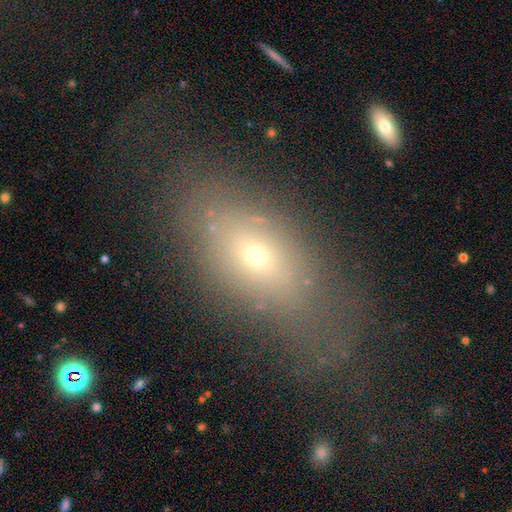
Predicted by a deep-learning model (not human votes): Morphology: type=smooth (53%); roundness=in between (75%); merging=none (54%).